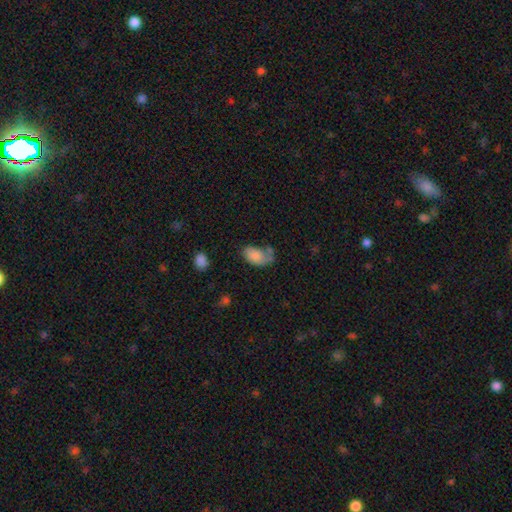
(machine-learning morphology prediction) Smooth or featured? Predicted: smooth (p=0.82). How rounded? Predicted: in between (p=0.91). Merging? Predicted: none (p=0.42).